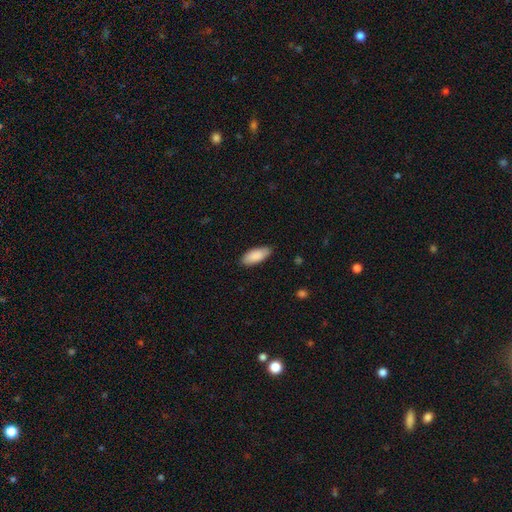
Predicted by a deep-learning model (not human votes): The model was most divided on "how rounded": in between: 86%, cigar-shaped: 13%, round: 2%. More confident: smooth or featured — smooth (89%); merging — none (85%).